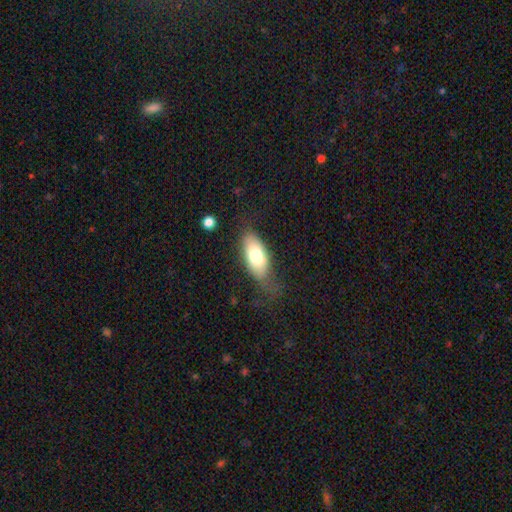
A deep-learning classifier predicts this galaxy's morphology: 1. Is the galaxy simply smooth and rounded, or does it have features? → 73% smooth, 20% featured or disk, 7% star or artifact.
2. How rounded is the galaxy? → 87% in between, 10% cigar-shaped, 3% round.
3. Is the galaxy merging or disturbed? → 56% none, 27% minor disturbance, 15% major disturbance, 2% merger.